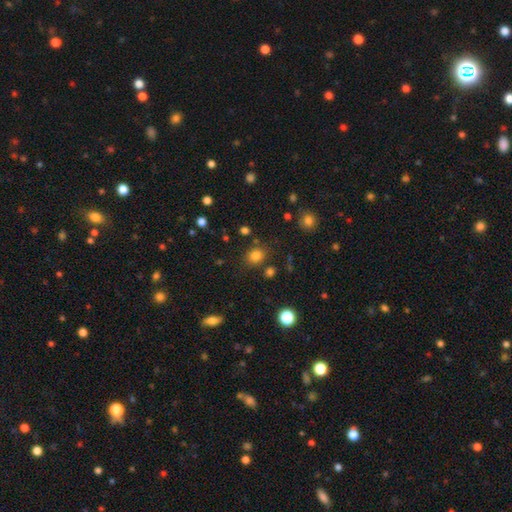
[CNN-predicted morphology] Q: Smooth or featured?
A: smooth (80%); runner-up: star or artifact (14%)
Q: How rounded?
A: round (64%); runner-up: in between (35%)
Q: Merging?
A: none (79%); runner-up: minor disturbance (11%)